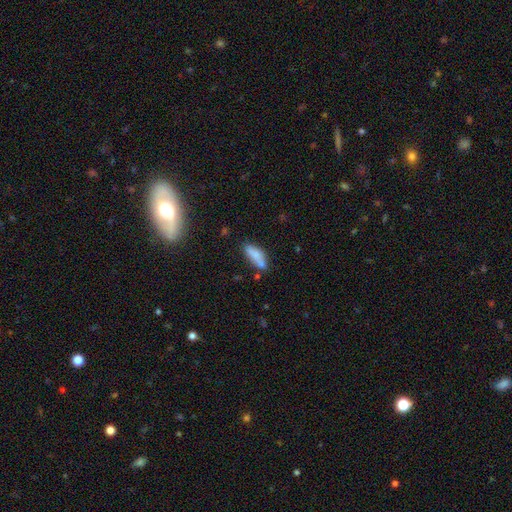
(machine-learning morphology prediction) The model was most divided on "merging": none: 54%, minor disturbance: 22%, merger: 17%, major disturbance: 7%. More confident: smooth or featured — smooth (76%); how rounded — in between (65%).